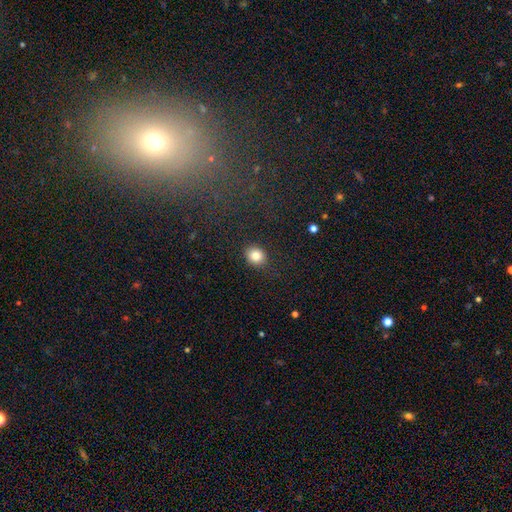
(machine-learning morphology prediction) Smooth or featured? smooth (83%)
How rounded? round (69%)
Merging? none (86%)